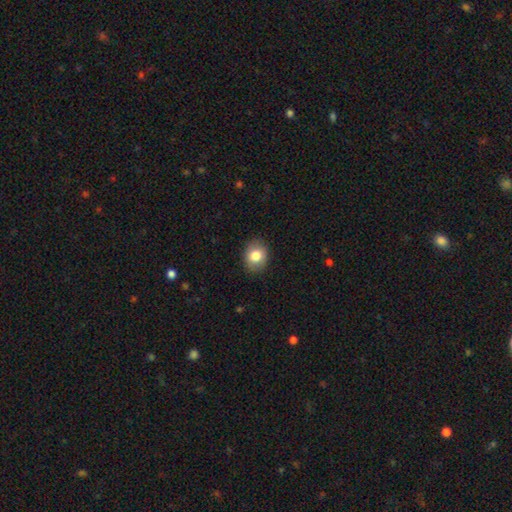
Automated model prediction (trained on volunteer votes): Smooth or featured?
  - smooth: 82% *
  - featured or disk: 10%
  - star or artifact: 9%
How rounded?
  - round: 50% *
  - in between: 49%
  - cigar-shaped: 1%
Merging?
  - none: 87% *
  - minor disturbance: 9%
  - major disturbance: 2%
  - merger: 1%